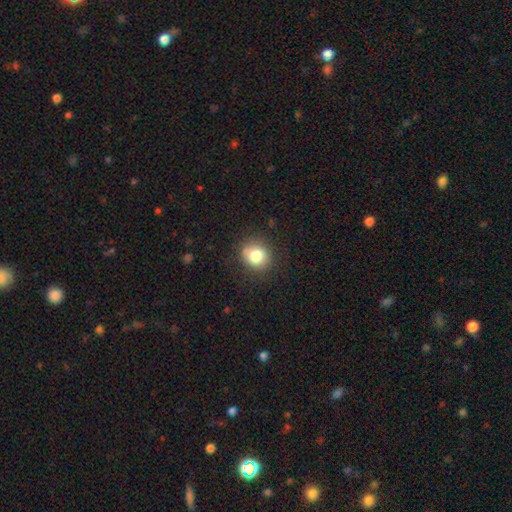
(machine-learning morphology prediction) smooth_or_featured: smooth (p=0.81) [alt: star or artifact p=0.10]
how_rounded: round (p=0.80) [alt: in between p=0.19]
merging: none (p=0.82) [alt: minor disturbance p=0.13]